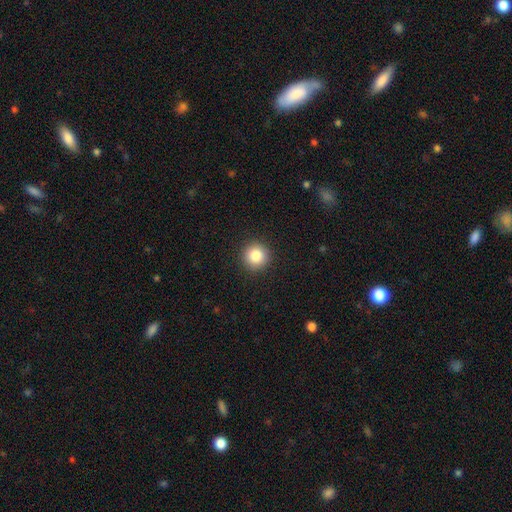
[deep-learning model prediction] Overall: smooth (84%). How rounded: round (95%). Merging: none (92%).